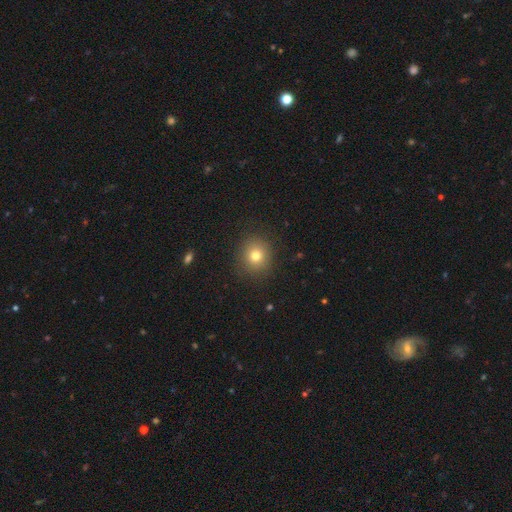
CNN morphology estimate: Q: Smooth or featured?
A: smooth (77%); runner-up: star or artifact (14%)
Q: How rounded?
A: round (86%); runner-up: in between (13%)
Q: Merging?
A: none (89%); runner-up: minor disturbance (7%)